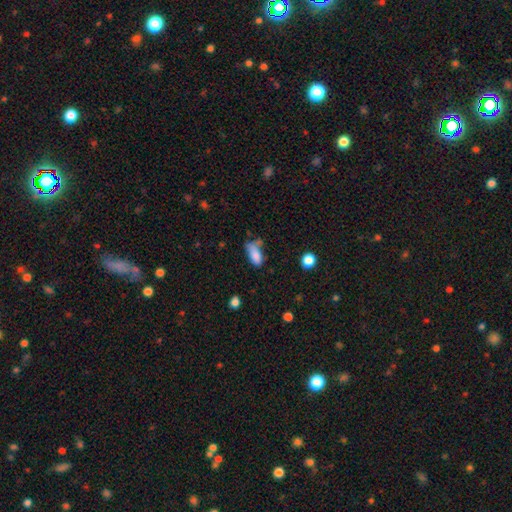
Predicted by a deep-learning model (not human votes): This is clearly a smooth galaxy (82%). How rounded: clearly in between (82%). Merging: marginally none (39%).